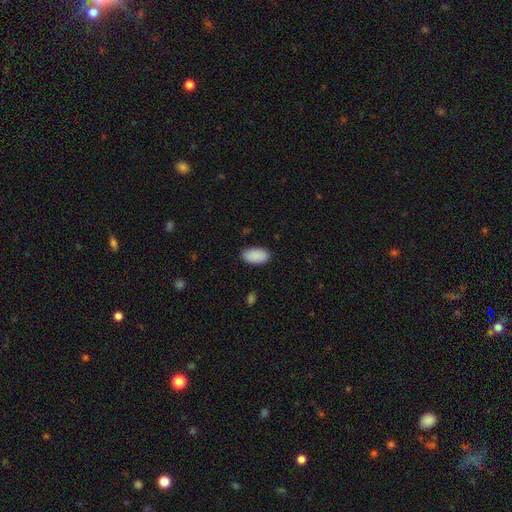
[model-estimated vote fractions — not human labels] smooth 91%, star or artifact 6%, featured or disk 3%. Down the decision tree: how rounded — in between (95%); merging — none (87%).